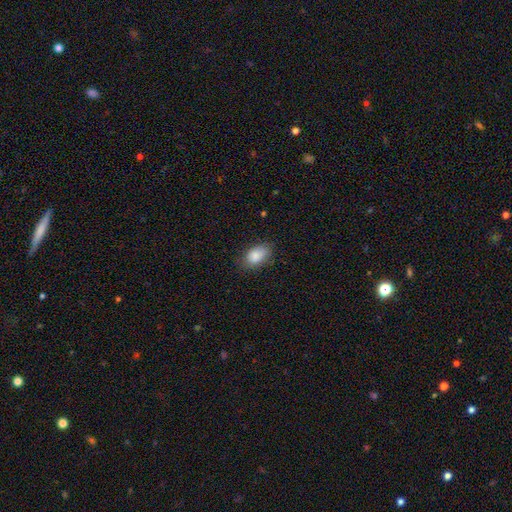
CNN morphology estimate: Overall: smooth (87%). How rounded: in between (88%). Merging: none (76%).